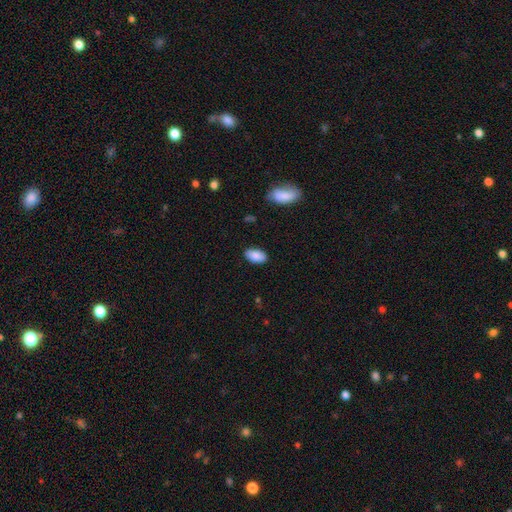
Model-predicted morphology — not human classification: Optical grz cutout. It shows a smooth galaxy with no disk features (87%) that is in between round and cigar-shaped (94%). Merging: none (87%).